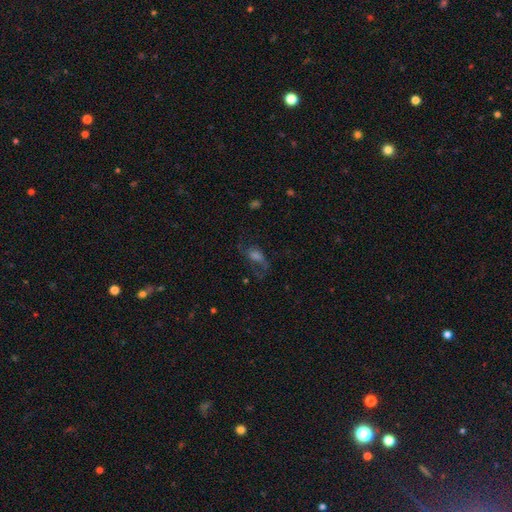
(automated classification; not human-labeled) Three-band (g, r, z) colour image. It shows a featured or disk galaxy (57%) with no bar (54%), spiral arms (81%) and a moderate central bulge (35%). Merging: none (51%).